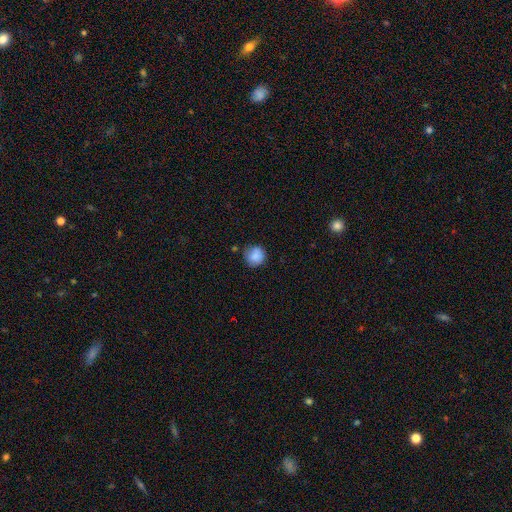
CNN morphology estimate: Smooth or featured? Predicted: smooth (p=0.84). How rounded? Predicted: round (p=0.91). Merging? Predicted: none (p=0.74).